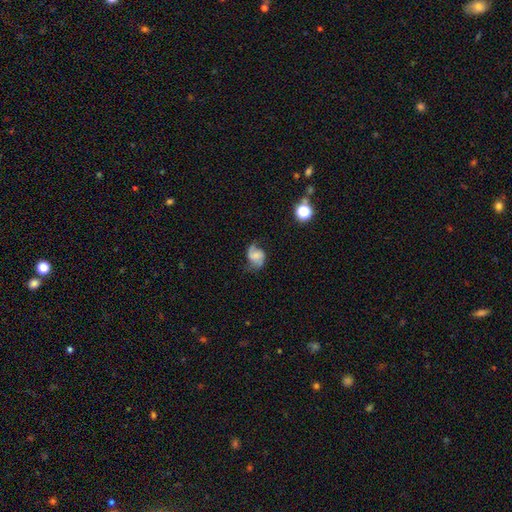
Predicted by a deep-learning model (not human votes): Q: Smooth or featured?
A: featured or disk (53%); runner-up: smooth (37%)
Q: Edge-on disk?
A: no (97%); runner-up: yes (3%)
Q: Bar?
A: no (47%); runner-up: weak (38%)
Q: Spiral arms?
A: yes (86%); runner-up: no (14%)
Q: Bulge size?
A: small (39%); runner-up: moderate (27%)
Q: Merging?
A: none (53%); runner-up: minor disturbance (28%)